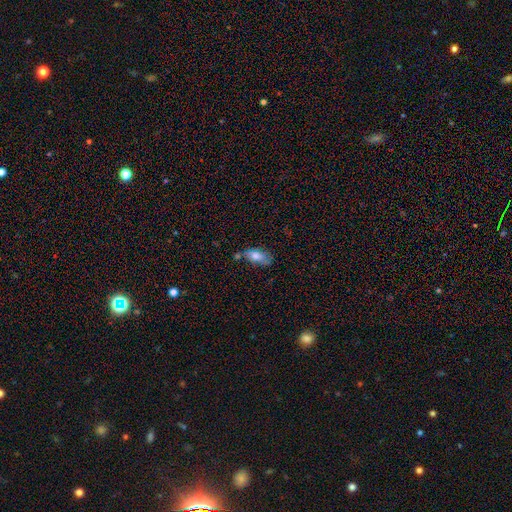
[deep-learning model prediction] This appears to be a smooth galaxy with no disk features (76%) that is in between round and cigar-shaped (87%). Merging: none (53%).